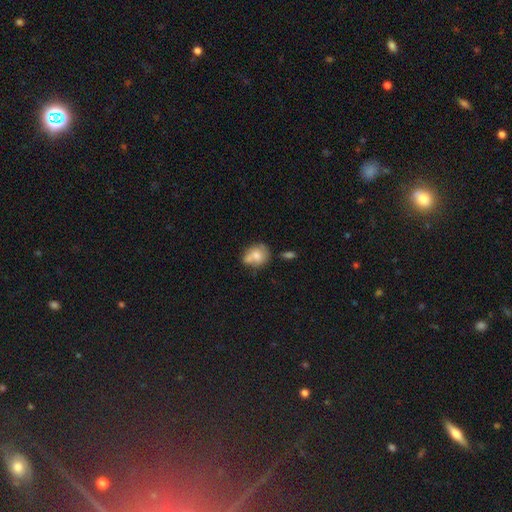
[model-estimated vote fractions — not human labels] smooth 70%, featured or disk 21%, star or artifact 9%. Down the decision tree: how rounded — round (58%); merging — none (43%).